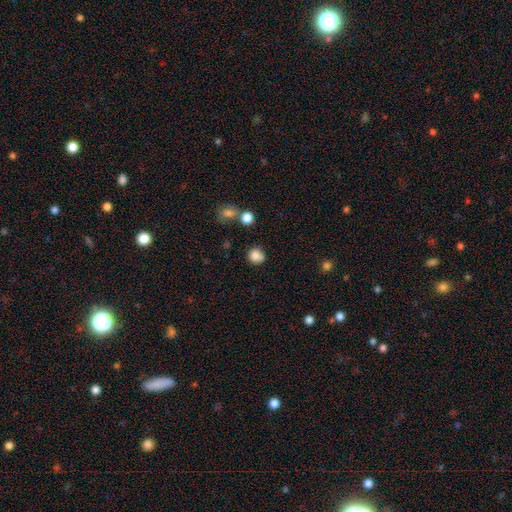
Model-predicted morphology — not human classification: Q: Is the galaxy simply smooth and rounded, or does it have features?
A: smooth — 83%.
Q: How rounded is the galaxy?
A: round — 86%.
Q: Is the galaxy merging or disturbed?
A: none — 71%.